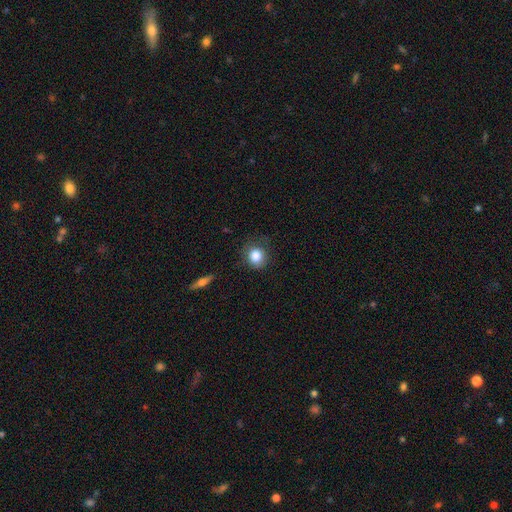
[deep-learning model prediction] This appears to be a smooth galaxy with no disk features (84%) that is round (80%). Merging: none (74%).